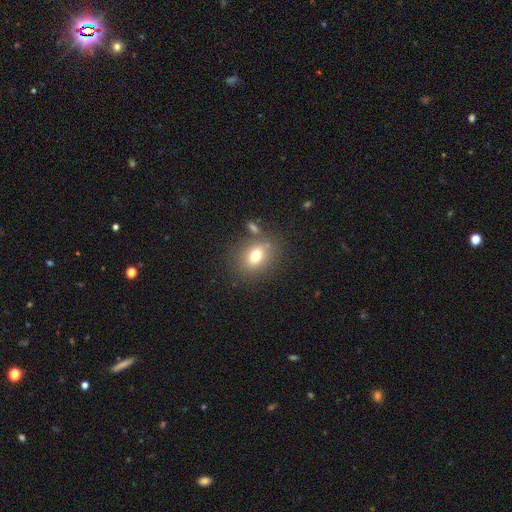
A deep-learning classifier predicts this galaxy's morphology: smooth_or_featured: smooth (p=0.74) [alt: featured or disk p=0.15]
how_rounded: in between (p=0.61) [alt: round p=0.38]
merging: none (p=0.73) [alt: minor disturbance p=0.13]